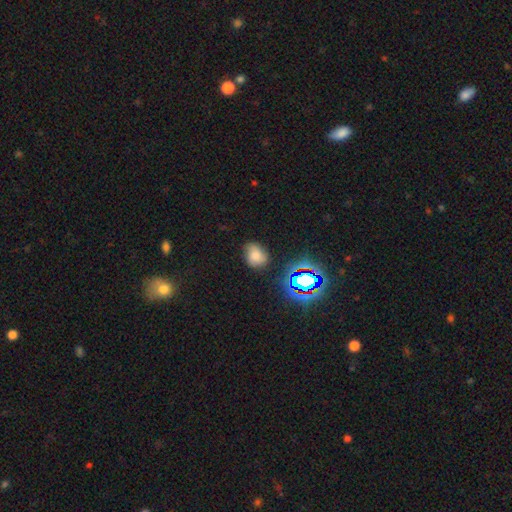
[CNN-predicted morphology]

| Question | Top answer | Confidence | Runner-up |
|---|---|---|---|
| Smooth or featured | smooth | 65% | star or artifact (21%) |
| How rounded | in between | 52% | round (47%) |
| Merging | none | 66% | minor disturbance (24%) |